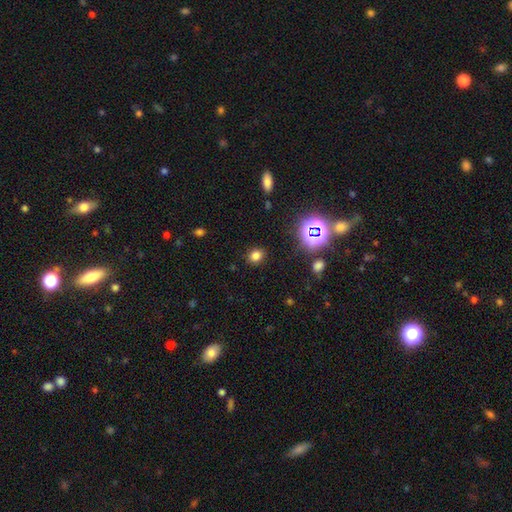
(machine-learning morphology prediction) A smooth galaxy with no disk features (74%) that is round (61%). Merging: none (87%).